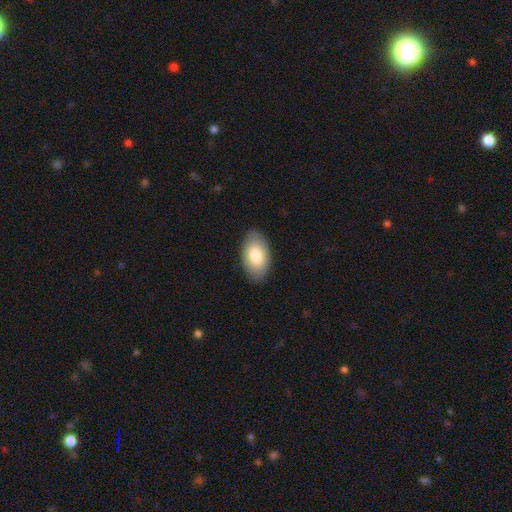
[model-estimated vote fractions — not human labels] Smooth or featured? smooth (82%)
How rounded? in between (95%)
Merging? none (86%)